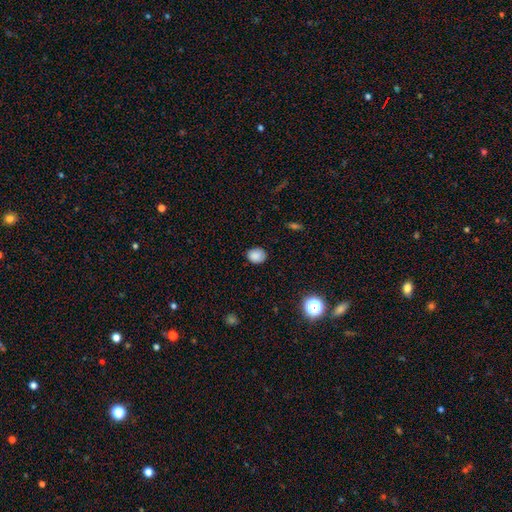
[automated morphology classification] smooth 85%, star or artifact 10%, featured or disk 5%. Down the decision tree: how rounded — round (62%); merging — none (81%).